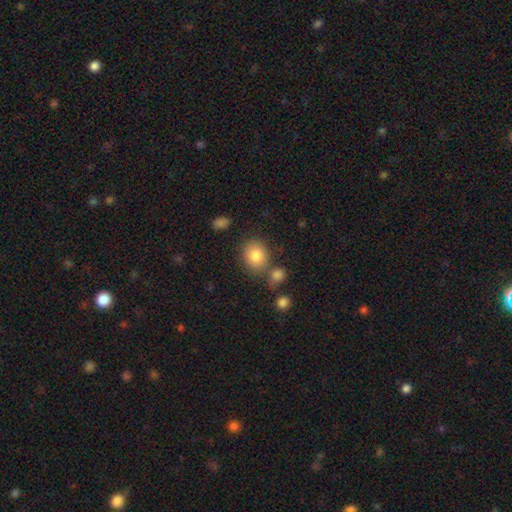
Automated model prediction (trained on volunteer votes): smooth_or_featured: smooth (p=0.83) [alt: star or artifact p=0.09]
how_rounded: round (p=0.62) [alt: in between p=0.37]
merging: none (p=0.68) [alt: merger p=0.15]